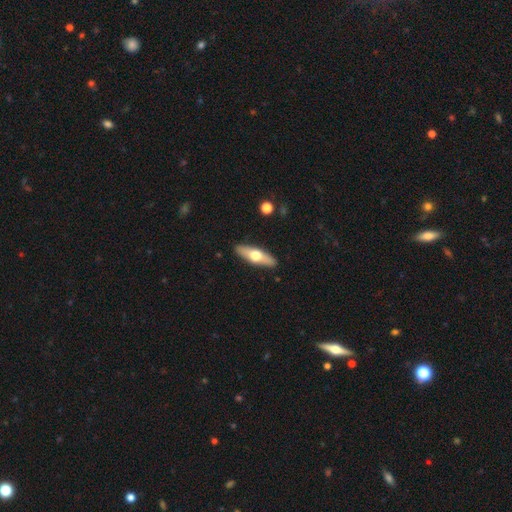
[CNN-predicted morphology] Smooth or featured? Predicted: smooth (p=0.49). Merging? Predicted: none (p=0.90).